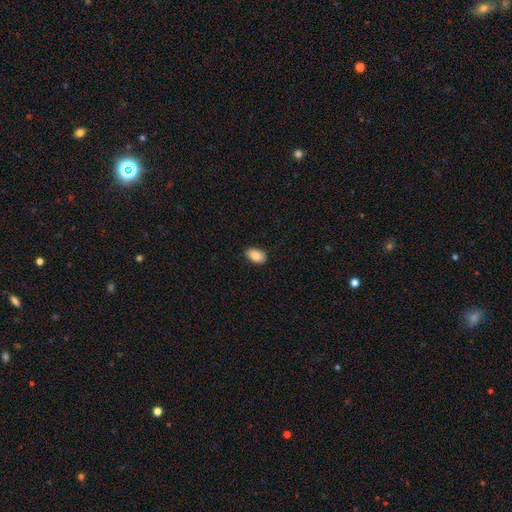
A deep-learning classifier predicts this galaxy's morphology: This is clearly a smooth galaxy (86%). How rounded: clearly in between (89%). Merging: clearly none (84%).